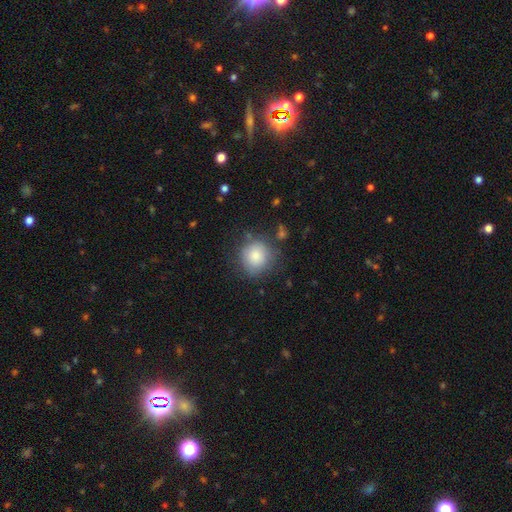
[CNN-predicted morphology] Overall: smooth (83%). How rounded: round (87%). Merging: none (73%).